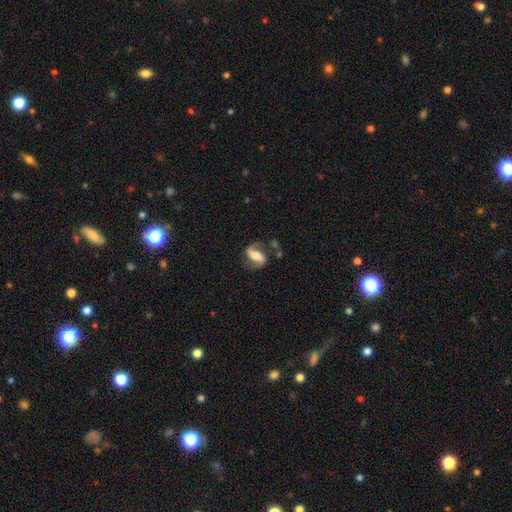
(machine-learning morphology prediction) Smooth or featured: featured or disk — 74% (smooth — 19%)
Edge-on disk: no — 95% (yes — 5%)
Bar: strong — 38% (weak — 34%)
Spiral arms: yes — 92% (no — 8%)
Spiral winding: loose — 51% (medium — 37%)
Spiral arm count: 2 — 87% (1 — 7%)
Bulge size: moderate — 47% (large — 23%)
Merging: none — 62% (minor disturbance — 19%)